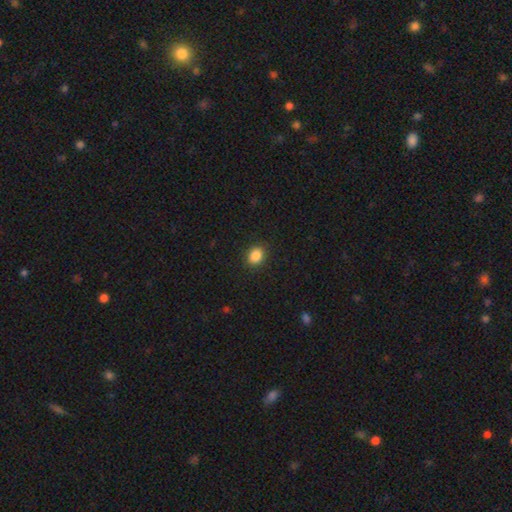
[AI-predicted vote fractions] A smooth galaxy with no disk features (87%) that is round (51%).

Vote fractions:
- Smooth or featured? smooth: 87% / star or artifact: 10% / featured or disk: 4%
- How rounded? round: 51% / in between: 48% / cigar-shaped: 1%
- Merging? none: 89% / minor disturbance: 7% / major disturbance: 2% / merger: 1%